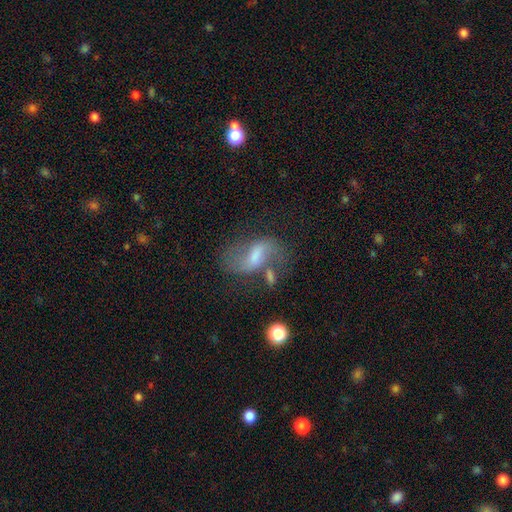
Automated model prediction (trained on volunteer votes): featured or disk 70%, smooth 19%, star or artifact 10%. Down the decision tree: edge-on disk — no (96%); bar — weak (48%); spiral arms — yes (87%); spiral arm count — 2 (87%); spiral winding — loose (69%); bulge size — moderate (37%, tied with small); merging — none (49%).